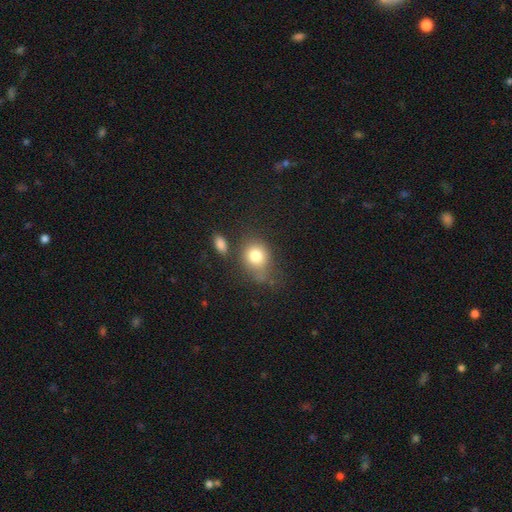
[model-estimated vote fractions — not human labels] The model was most divided on "how rounded": round: 54%, in between: 44%, cigar-shaped: 1%. Remaining: smooth or featured — smooth (80%); merging — none (50%).